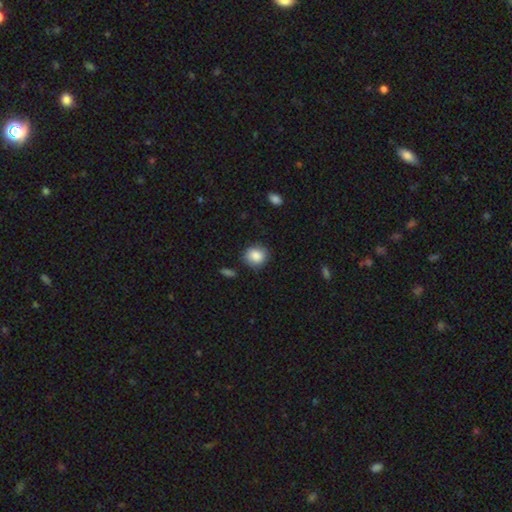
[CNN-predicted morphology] The model was most divided on "how rounded": round: 78%, in between: 21%, cigar-shaped: 1%. More confident: smooth or featured — smooth (87%); merging — none (81%).